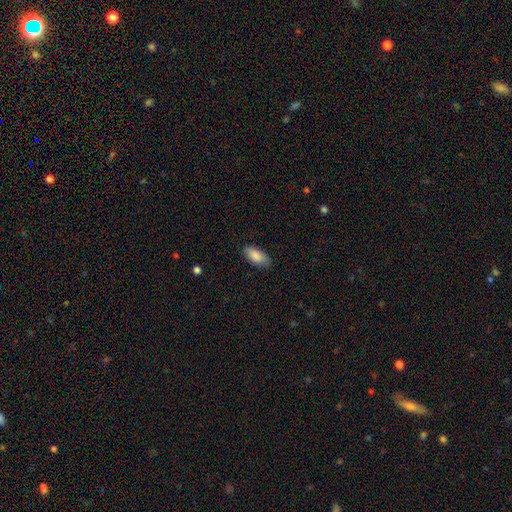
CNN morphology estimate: smooth-or-featured: smooth: 87% | featured or disk: 7% | star or artifact: 6%
  how-rounded: in between: 88% | cigar-shaped: 10% | round: 2%
  merging: none: 82% | minor disturbance: 14% | major disturbance: 3% | merger: 1%